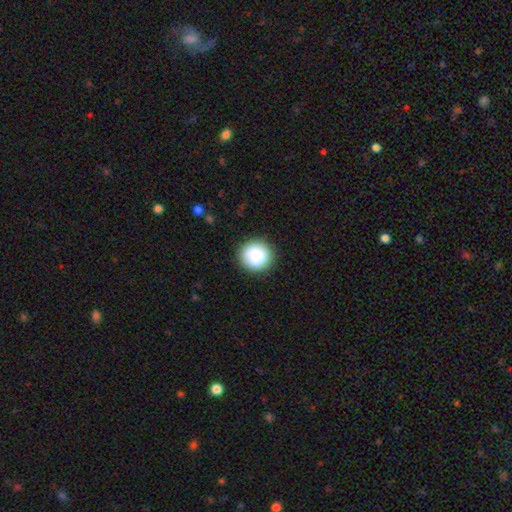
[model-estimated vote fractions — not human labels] smooth-or-featured: smooth: 88% | star or artifact: 8% | featured or disk: 5%
  how-rounded: round: 93% | in between: 6% | cigar-shaped: 1%
  merging: none: 89% | minor disturbance: 7% | major disturbance: 2% | merger: 1%